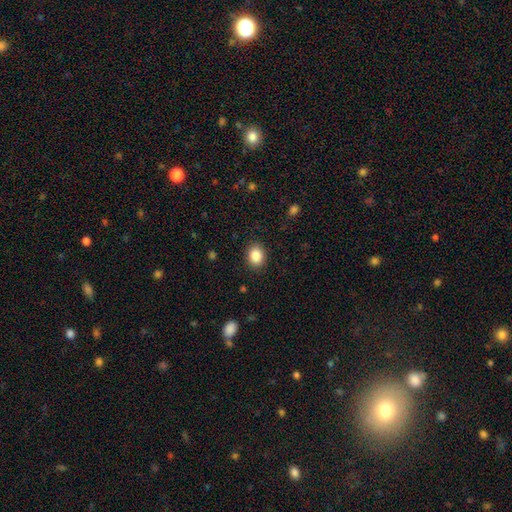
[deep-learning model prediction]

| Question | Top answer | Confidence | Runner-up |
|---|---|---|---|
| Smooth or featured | smooth | 86% | star or artifact (9%) |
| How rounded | in between | 55% | round (44%) |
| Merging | none | 89% | minor disturbance (8%) |